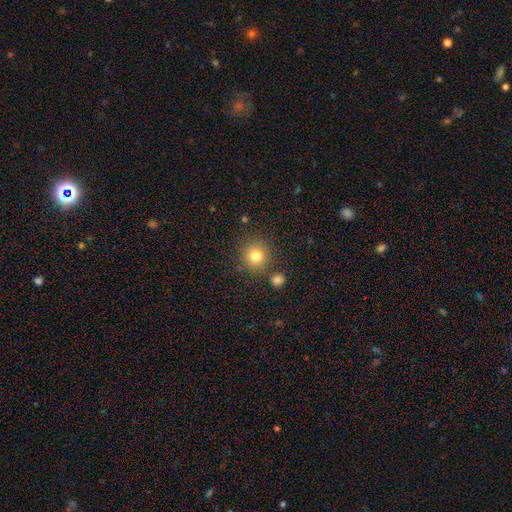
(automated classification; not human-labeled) Overall: smooth (80%). How rounded: round (92%). Merging: none (82%).